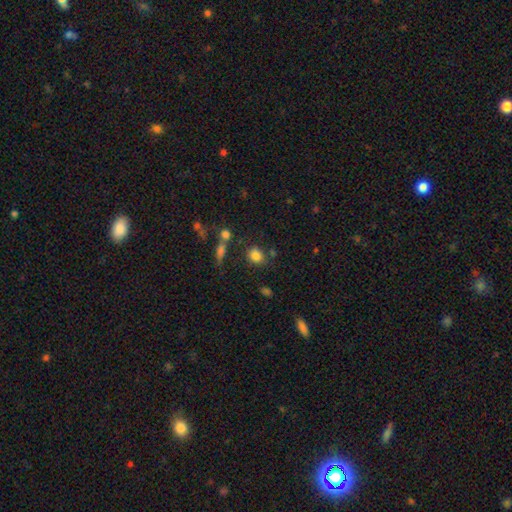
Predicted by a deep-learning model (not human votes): smooth 82%, star or artifact 11%, featured or disk 7%. Down the decision tree: how rounded — round (66%); merging — none (73%).